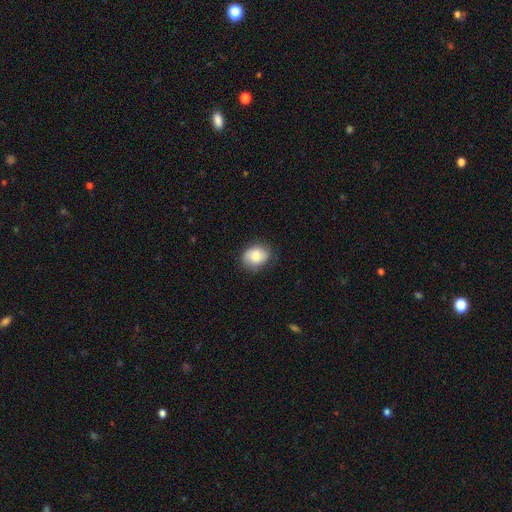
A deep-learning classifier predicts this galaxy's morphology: This appears to be a smooth galaxy with no disk features (80%) that is in between round and cigar-shaped (52%). Merging: none (78%).